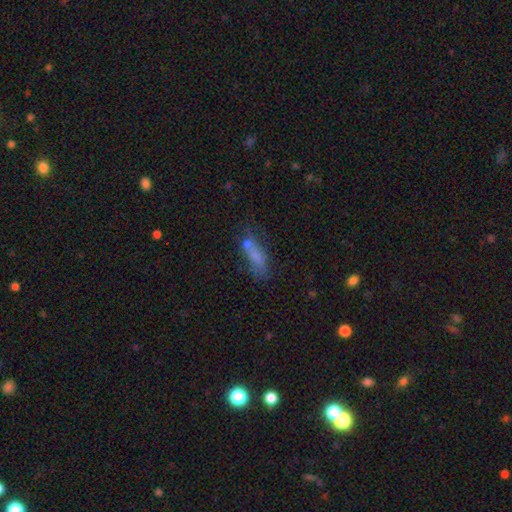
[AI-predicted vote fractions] smooth 61%, featured or disk 22%, star or artifact 17%. Down the decision tree: how rounded — in between (50%); merging — none (43%).